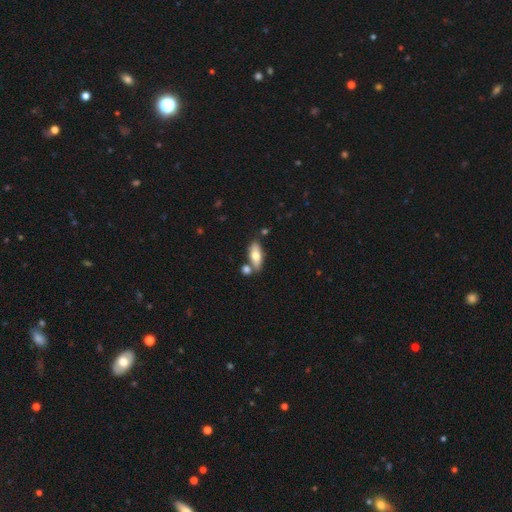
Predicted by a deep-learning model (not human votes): This is likely a smooth galaxy (66%). How rounded: likely in between (76%). Merging: likely none (65%).